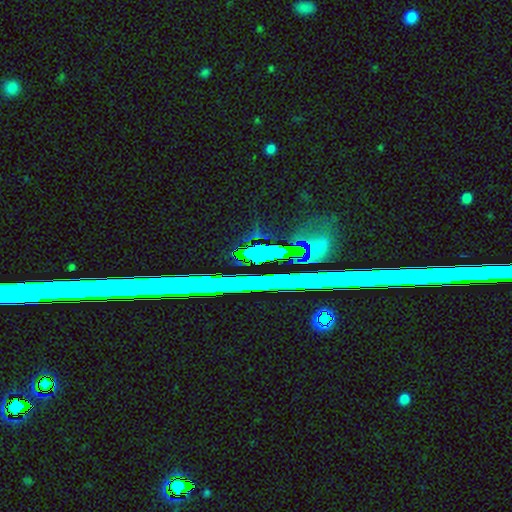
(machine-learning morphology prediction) A star or artifact, not a galaxy (73%).